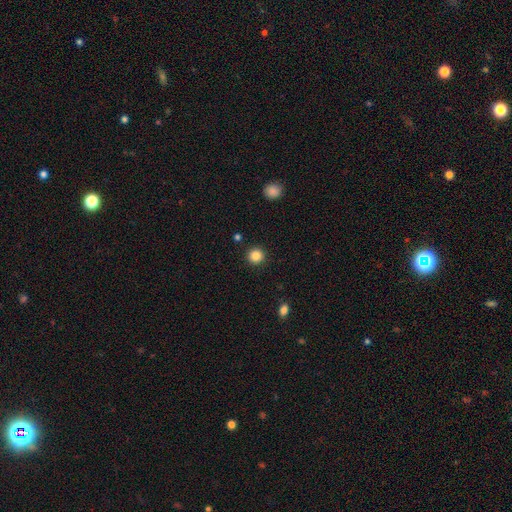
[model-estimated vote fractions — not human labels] A smooth galaxy with no disk features (86%) that is round (95%). Merging: none (92%).